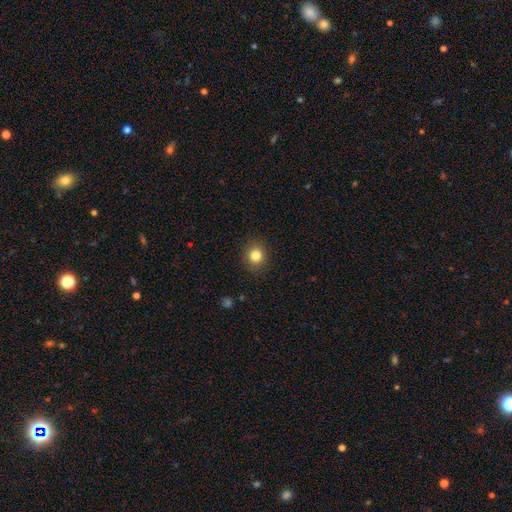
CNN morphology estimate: Q: Smooth or featured?
A: smooth (82%); runner-up: star or artifact (11%)
Q: How rounded?
A: round (81%); runner-up: in between (18%)
Q: Merging?
A: none (89%); runner-up: minor disturbance (8%)